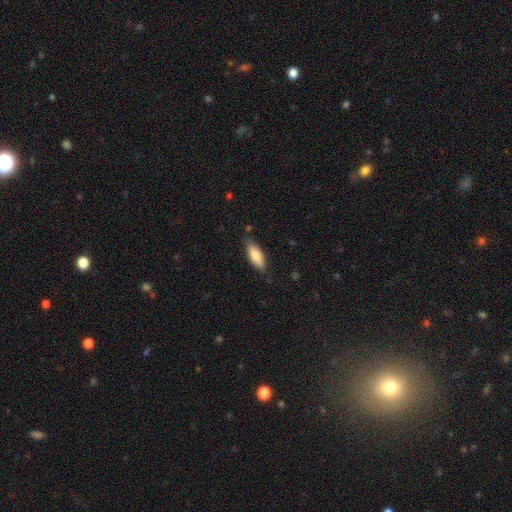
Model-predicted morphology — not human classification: smooth-or-featured: smooth: 81% | featured or disk: 13% | star or artifact: 6%
  how-rounded: in between: 71% | cigar-shaped: 27% | round: 2%
  merging: none: 81% | minor disturbance: 15% | major disturbance: 3% | merger: 2%